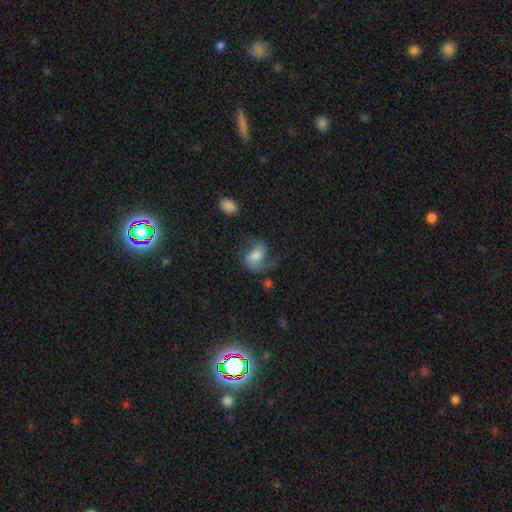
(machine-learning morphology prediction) Smooth or featured? featured or disk (50%)
Edge-on disk? no (97%)
Merging? none (41%)